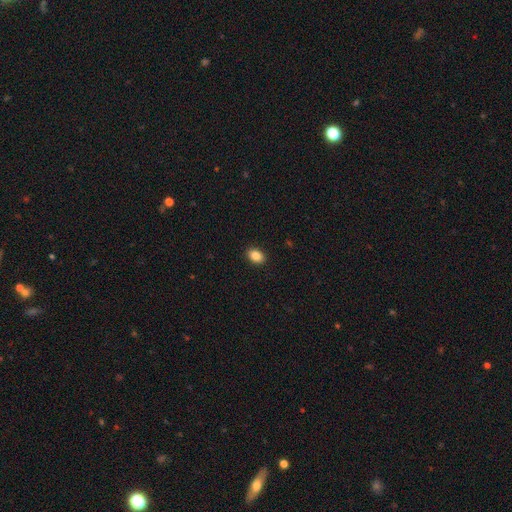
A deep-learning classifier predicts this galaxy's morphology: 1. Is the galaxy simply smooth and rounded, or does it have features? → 87% smooth, 9% star or artifact, 5% featured or disk.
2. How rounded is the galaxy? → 75% in between, 24% round, 1% cigar-shaped.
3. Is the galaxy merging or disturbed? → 91% none, 6% minor disturbance, 2% major disturbance, 1% merger.